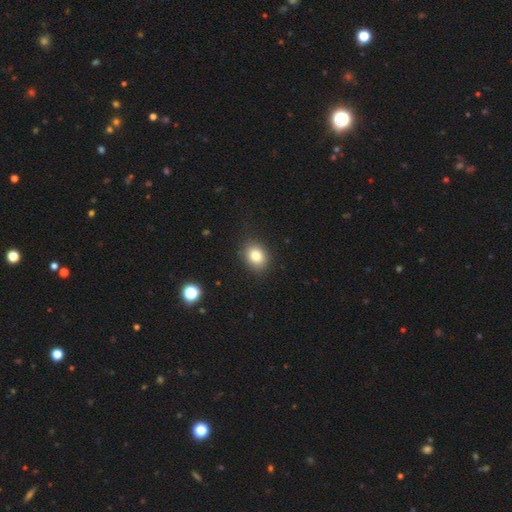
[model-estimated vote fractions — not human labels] Smooth or featured? Predicted: smooth (p=0.81). How rounded? Predicted: in between (p=0.50). Merging? Predicted: none (p=0.86).